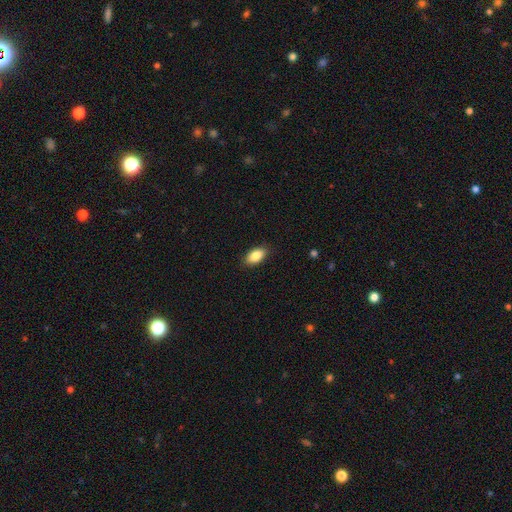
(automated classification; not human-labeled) Smooth or featured: smooth — 87% (star or artifact — 7%)
How rounded: in between — 92% (round — 4%)
Merging: none — 87% (minor disturbance — 10%)